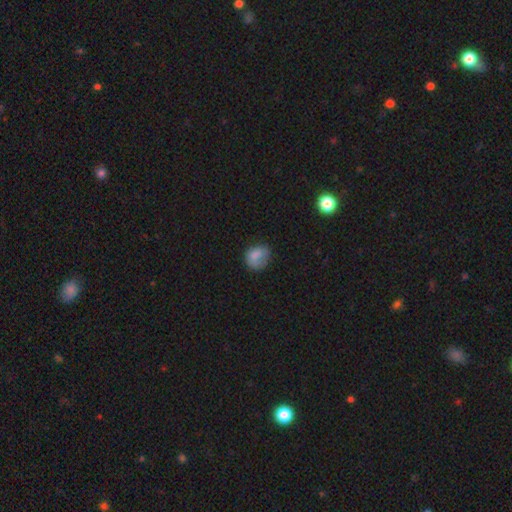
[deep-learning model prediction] The model was most divided on "how rounded": round: 59%, in between: 40%, cigar-shaped: 1%. More confident: smooth or featured — smooth (78%); merging — none (53%).